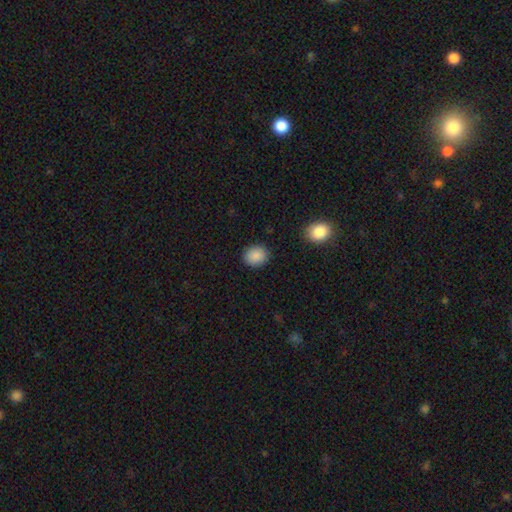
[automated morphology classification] A smooth galaxy with no disk features (88%) that is round (62%).

Vote fractions:
- Smooth or featured? smooth: 88% / star or artifact: 8% / featured or disk: 3%
- How rounded? round: 62% / in between: 37% / cigar-shaped: 1%
- Merging? none: 89% / minor disturbance: 7% / major disturbance: 2% / merger: 1%